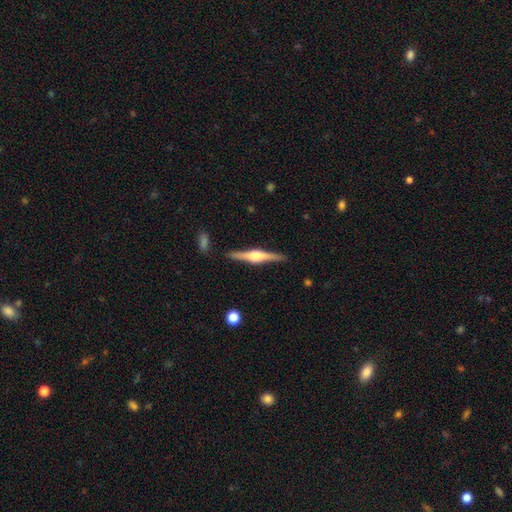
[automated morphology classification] Smooth or featured?
  - featured or disk: 80% *
  - smooth: 15%
  - star or artifact: 5%
Edge-on disk?
  - yes: 98% *
  - no: 2%
Edge-on bulge?
  - rounded: 87% *
  - boxy: 10%
  - none: 2%
Merging?
  - none: 89% *
  - minor disturbance: 8%
  - major disturbance: 2%
  - merger: 2%